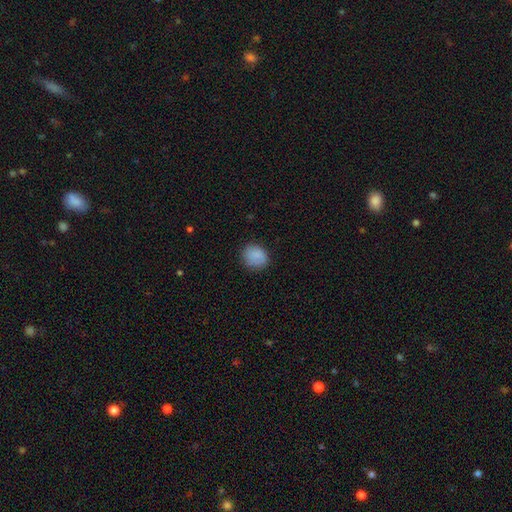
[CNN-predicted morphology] type=smooth (86%); roundness=round (68%); merging=none (82%).